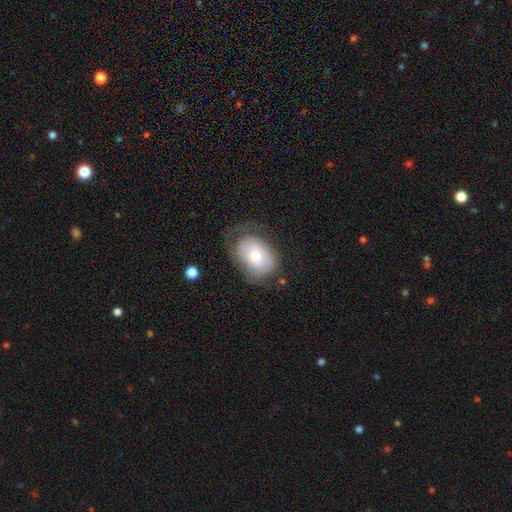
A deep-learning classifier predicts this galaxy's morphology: This appears to be a smooth galaxy with no disk features (50%) that is in between round and cigar-shaped (71%). Merging: none (51%).